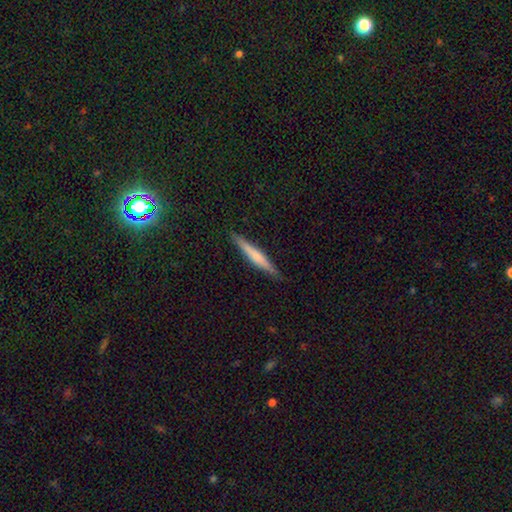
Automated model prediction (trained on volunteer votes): smooth_or_featured: smooth (p=0.55) [alt: featured or disk p=0.39]
how_rounded: cigar-shaped (p=0.95) [alt: in between p=0.04]
merging: none (p=0.89) [alt: minor disturbance p=0.08]